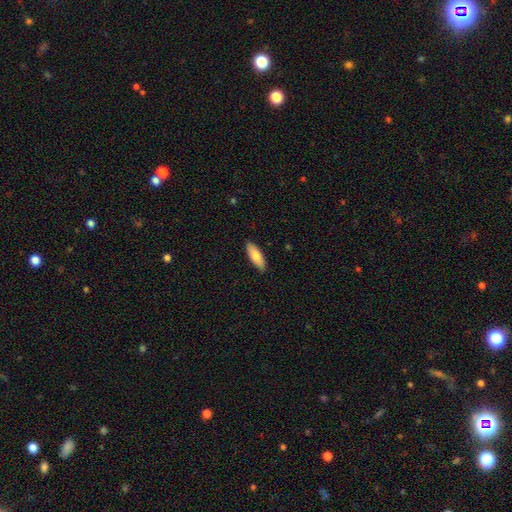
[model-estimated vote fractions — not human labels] smooth_or_featured: smooth (p=0.78) [alt: featured or disk p=0.17]
how_rounded: in between (p=0.62) [alt: cigar-shaped p=0.36]
merging: none (p=0.89) [alt: minor disturbance p=0.08]